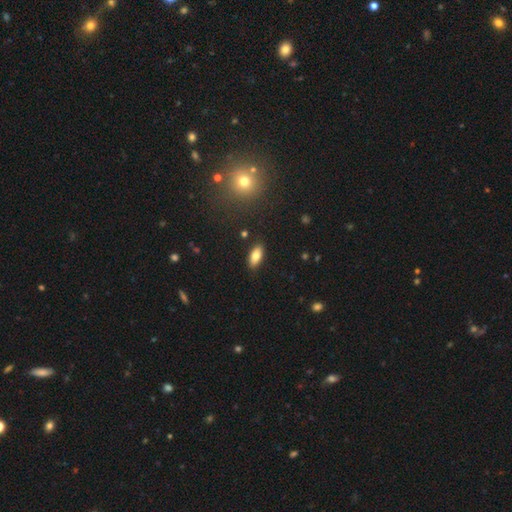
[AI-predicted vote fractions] Smooth or featured? Predicted: smooth (p=0.79). How rounded? Predicted: in between (p=0.88). Merging? Predicted: none (p=0.87).